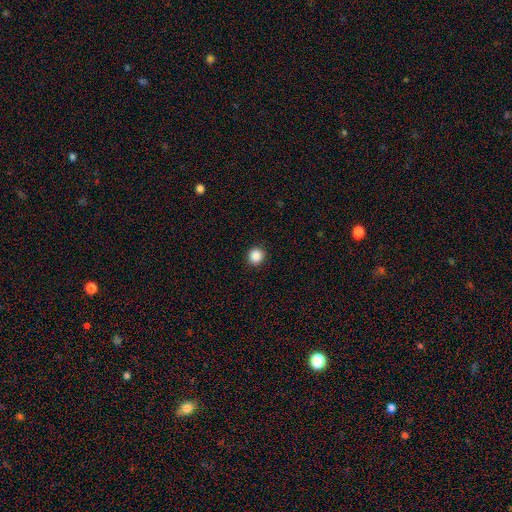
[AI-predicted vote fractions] Smooth or featured?
  - smooth: 88% *
  - star or artifact: 9%
  - featured or disk: 2%
How rounded?
  - round: 93% *
  - in between: 6%
  - cigar-shaped: 1%
Merging?
  - none: 93% *
  - minor disturbance: 5%
  - major disturbance: 2%
  - merger: 1%